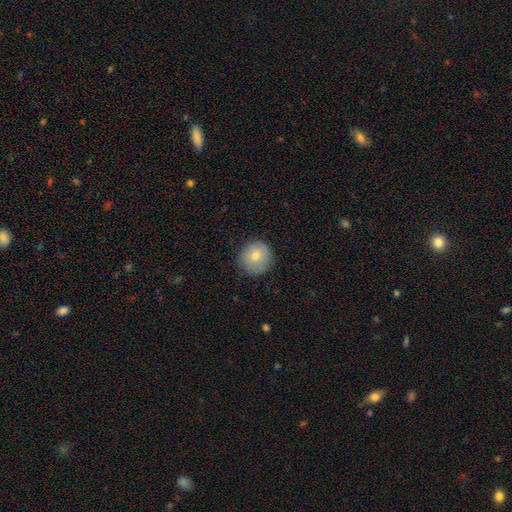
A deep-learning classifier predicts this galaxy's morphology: Q: Smooth or featured?
A: smooth (76%); runner-up: featured or disk (16%)
Q: How rounded?
A: round (92%); runner-up: in between (7%)
Q: Merging?
A: none (81%); runner-up: minor disturbance (15%)